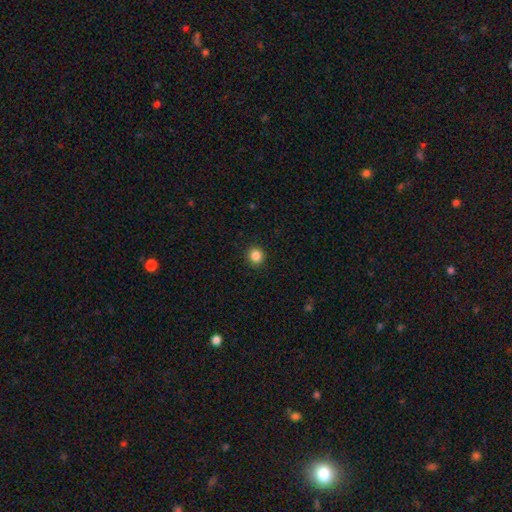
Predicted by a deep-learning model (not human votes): Overall: smooth (85%). How rounded: round (92%). Merging: none (92%).